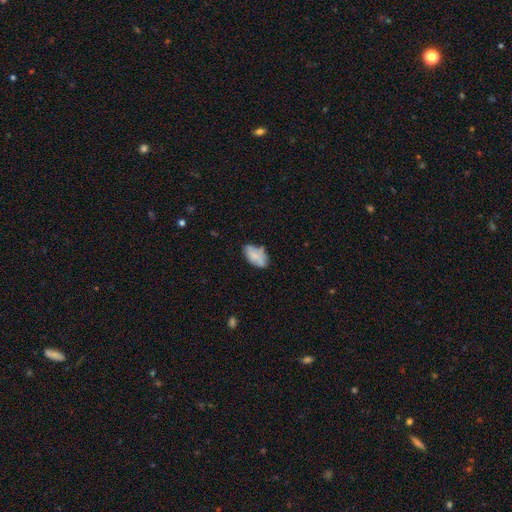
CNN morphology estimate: Smooth or featured?
  - smooth: 68% *
  - featured or disk: 24%
  - star or artifact: 8%
How rounded?
  - in between: 93% *
  - round: 5%
  - cigar-shaped: 3%
Merging?
  - none: 59% *
  - minor disturbance: 27%
  - major disturbance: 8%
  - merger: 5%